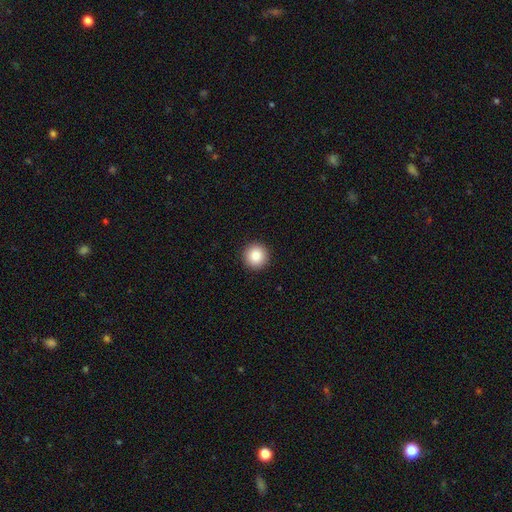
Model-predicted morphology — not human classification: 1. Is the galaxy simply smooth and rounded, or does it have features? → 87% smooth, 9% star or artifact, 4% featured or disk.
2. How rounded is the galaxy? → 96% round, 3% in between, 1% cigar-shaped.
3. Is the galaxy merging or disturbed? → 93% none, 4% minor disturbance, 1% major disturbance, 1% merger.